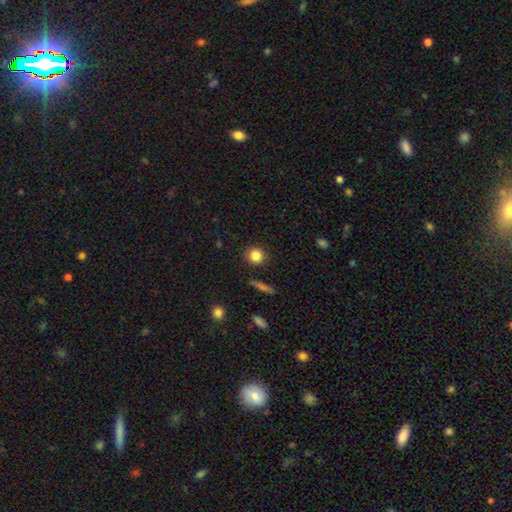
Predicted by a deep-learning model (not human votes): Morphology: type=smooth (84%); roundness=round (90%); merging=none (89%).